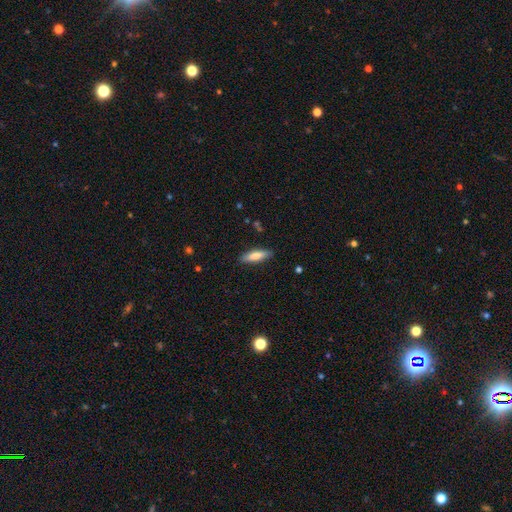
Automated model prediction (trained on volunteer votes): A smooth galaxy with no disk features (78%) that is cigar-shaped (60%). Merging: none (86%).